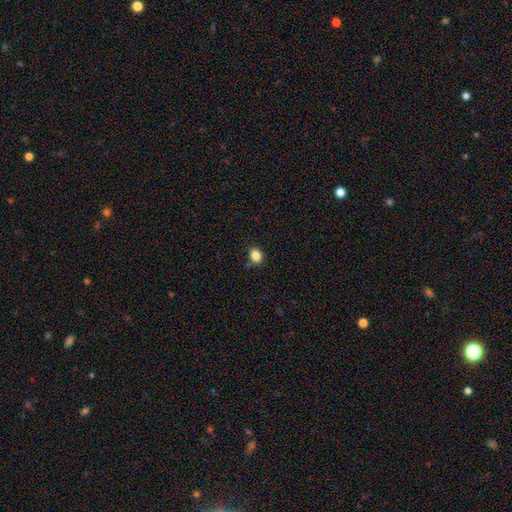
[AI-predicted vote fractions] Smooth or featured?
  - smooth: 85% *
  - star or artifact: 11%
  - featured or disk: 4%
How rounded?
  - in between: 59% *
  - round: 40%
  - cigar-shaped: 1%
Merging?
  - none: 82% *
  - minor disturbance: 12%
  - merger: 3%
  - major disturbance: 3%